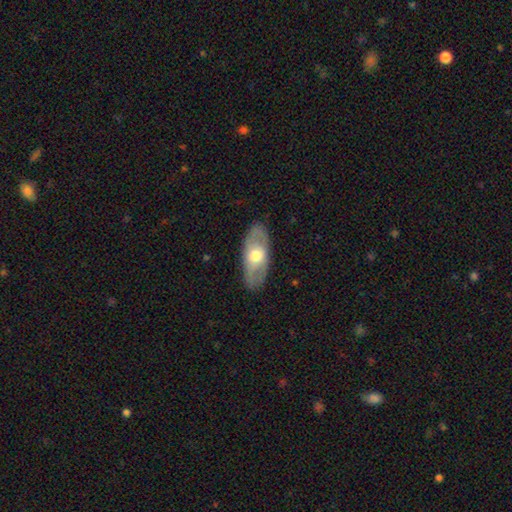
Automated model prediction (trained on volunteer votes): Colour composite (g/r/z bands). It shows a smooth galaxy with no disk features (50%). Merging: none (84%).